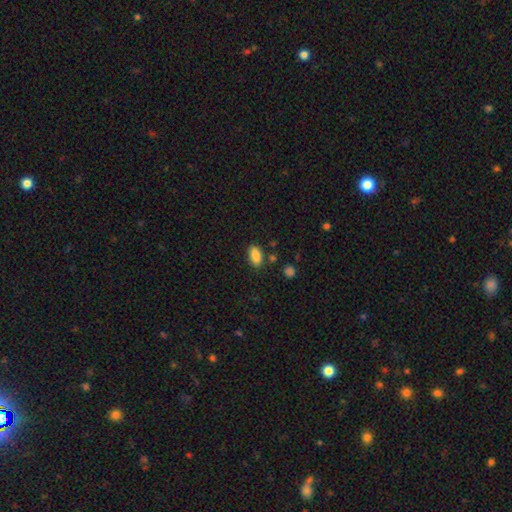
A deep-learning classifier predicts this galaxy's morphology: This appears to be a smooth galaxy with no disk features (88%) that is in between round and cigar-shaped (91%). Merging: none (81%).